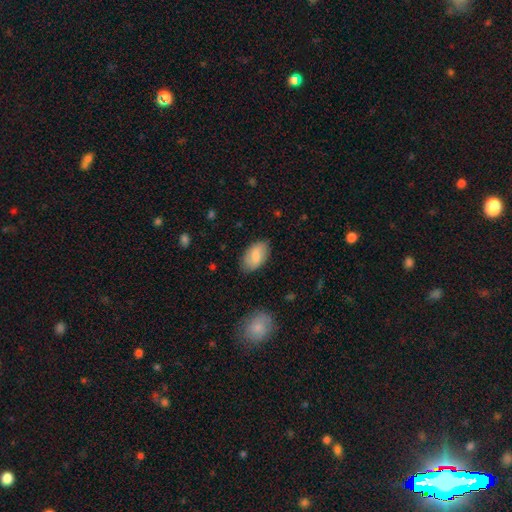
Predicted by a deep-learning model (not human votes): Morphology: type=smooth (77%); roundness=in between (94%); merging=none (81%).